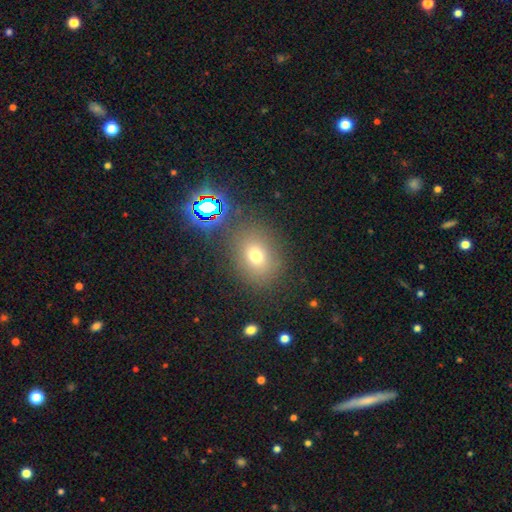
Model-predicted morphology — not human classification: smooth 69%, star or artifact 20%, featured or disk 12%. Down the decision tree: how rounded — round (50%); merging — none (79%).